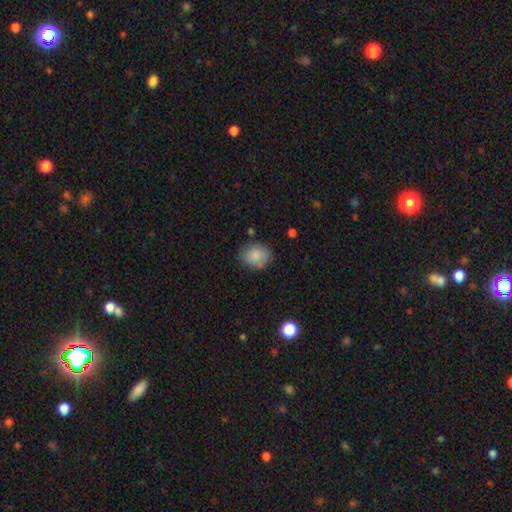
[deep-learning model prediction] This appears to be a smooth galaxy with no disk features (85%) that is round (51%). Merging: none (74%).